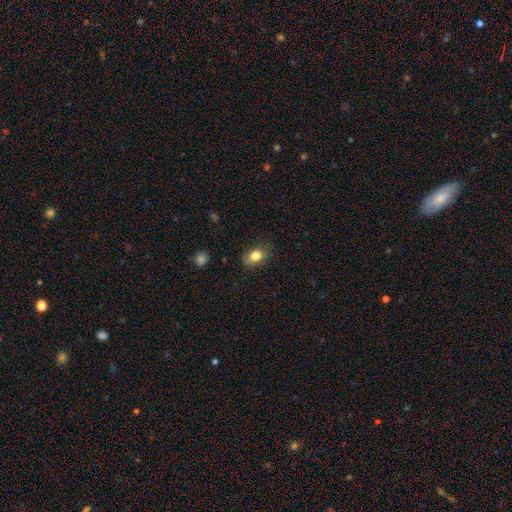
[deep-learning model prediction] smooth_or_featured: smooth (p=0.81) [alt: featured or disk p=0.10]
how_rounded: in between (p=0.81) [alt: round p=0.17]
merging: none (p=0.80) [alt: minor disturbance p=0.16]